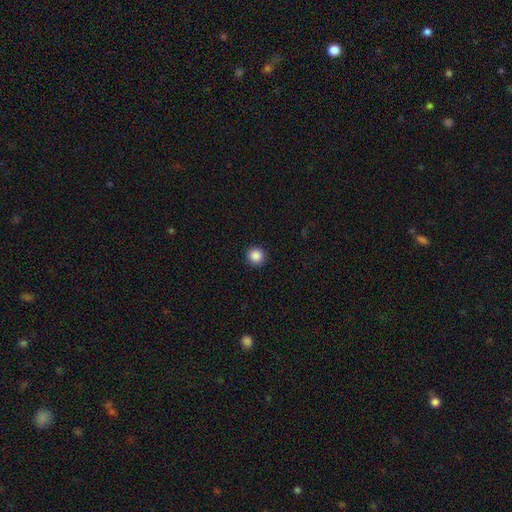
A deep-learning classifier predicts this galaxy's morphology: A smooth galaxy with no disk features (88%) that is round (95%). Merging: none (93%).